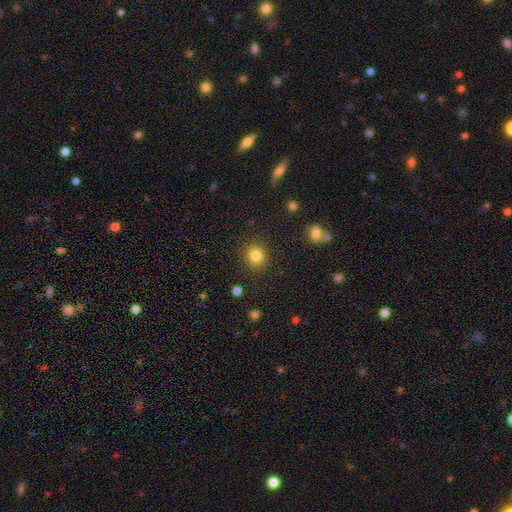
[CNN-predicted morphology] Q: Smooth or featured?
A: smooth (84%); runner-up: star or artifact (11%)
Q: How rounded?
A: round (84%); runner-up: in between (15%)
Q: Merging?
A: none (88%); runner-up: minor disturbance (7%)